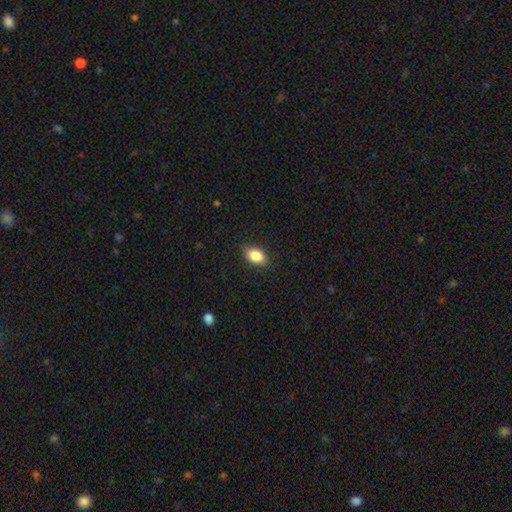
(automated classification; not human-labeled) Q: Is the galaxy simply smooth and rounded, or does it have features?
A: smooth — 86%.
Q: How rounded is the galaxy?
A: in between — 87%.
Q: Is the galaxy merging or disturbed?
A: none — 88%.